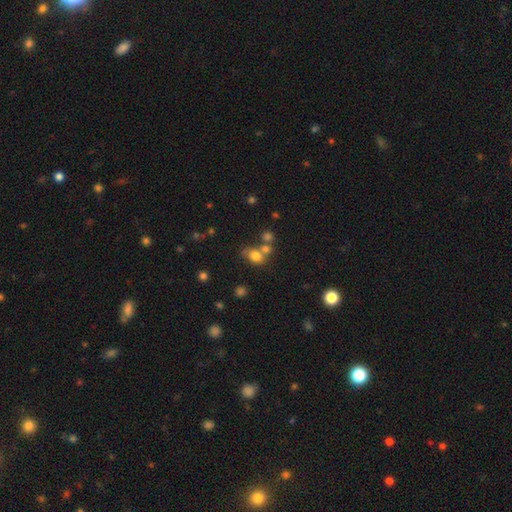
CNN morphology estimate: smooth-or-featured: smooth: 74% | star or artifact: 14% | featured or disk: 12%
  how-rounded: in between: 52% | round: 46% | cigar-shaped: 1%
  merging: none: 44% | merger: 34% | minor disturbance: 14% | major disturbance: 7%